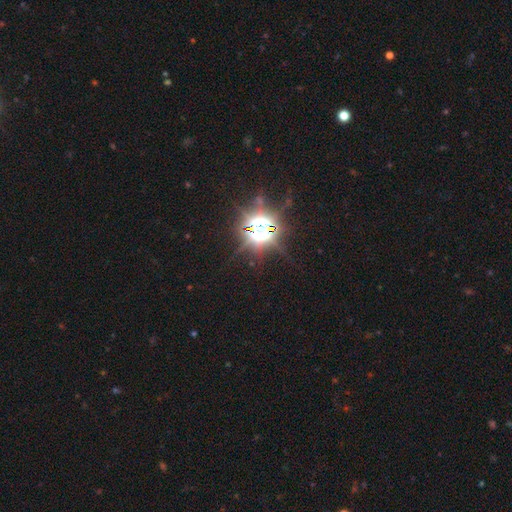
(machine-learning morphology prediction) type=star or artifact (85%).